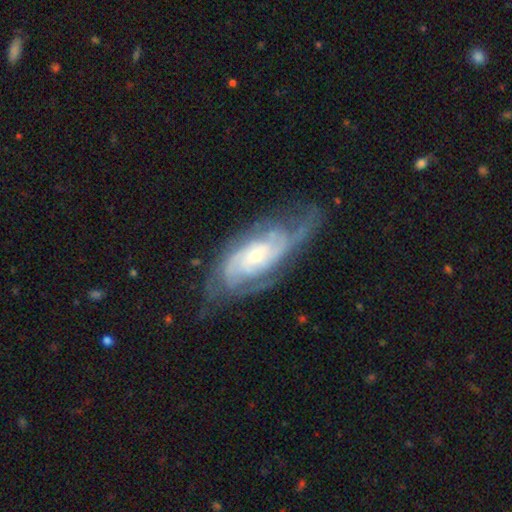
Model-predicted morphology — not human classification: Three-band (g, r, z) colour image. It shows a featured or disk galaxy (88%) with no bar (60%), 2 (30%) tight (60%) spiral arms (97%) and a small central bulge (61%). Merging: none (64%).